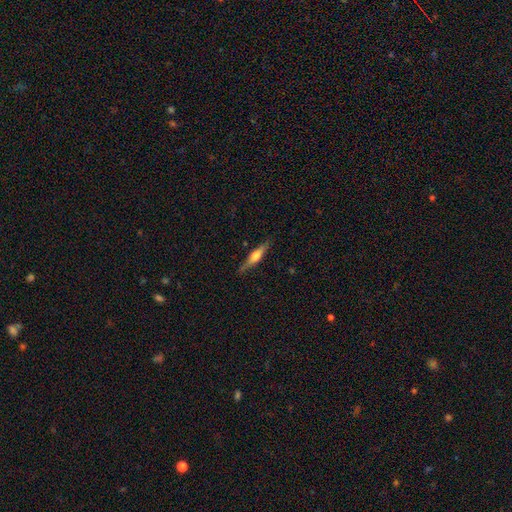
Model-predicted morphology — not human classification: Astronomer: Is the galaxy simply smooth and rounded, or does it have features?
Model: featured or disk — 61%.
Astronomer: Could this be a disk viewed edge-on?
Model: yes — 96%.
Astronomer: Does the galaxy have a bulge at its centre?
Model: rounded — 84%.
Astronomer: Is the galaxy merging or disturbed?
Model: none — 85%.